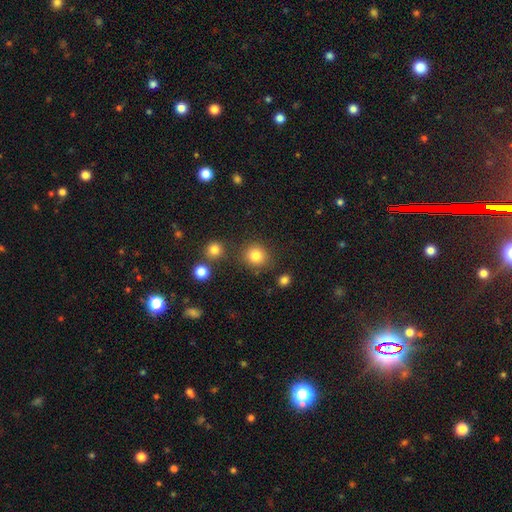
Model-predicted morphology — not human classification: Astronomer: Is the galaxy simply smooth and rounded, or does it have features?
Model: smooth — 82%.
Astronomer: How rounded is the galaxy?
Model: round — 87%.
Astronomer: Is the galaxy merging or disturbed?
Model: none — 83%.